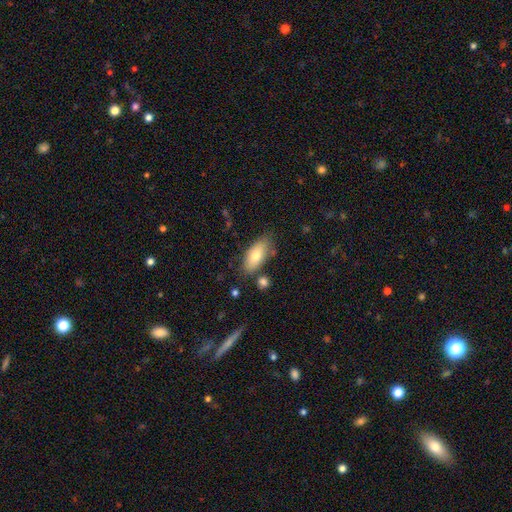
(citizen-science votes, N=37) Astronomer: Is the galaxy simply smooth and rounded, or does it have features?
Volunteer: smooth — 68%.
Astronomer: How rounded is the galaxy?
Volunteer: in between — 88%.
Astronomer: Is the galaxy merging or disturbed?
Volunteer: none — 74%.